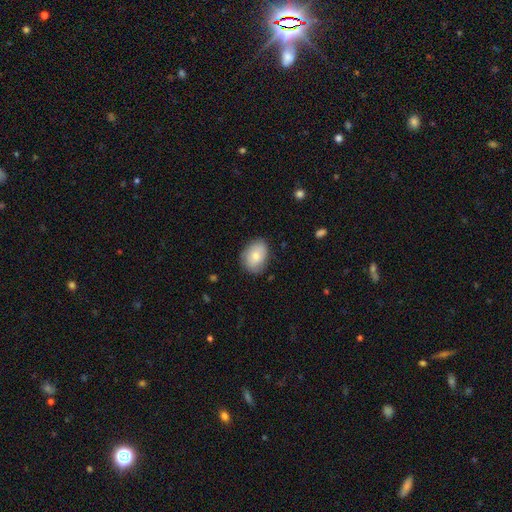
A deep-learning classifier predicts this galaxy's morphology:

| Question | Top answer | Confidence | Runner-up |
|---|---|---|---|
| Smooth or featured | smooth | 77% | featured or disk (17%) |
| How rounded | in between | 75% | round (24%) |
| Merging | none | 76% | minor disturbance (19%) |